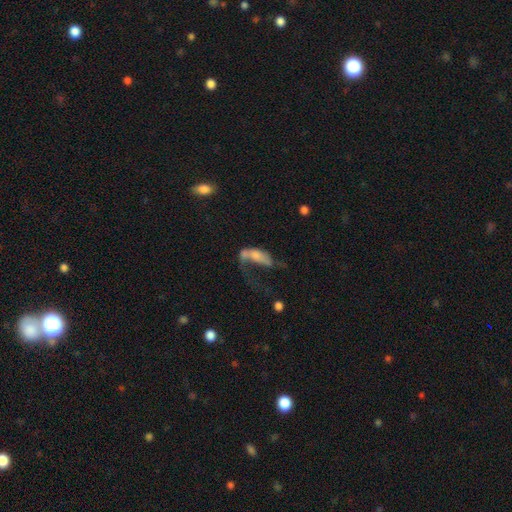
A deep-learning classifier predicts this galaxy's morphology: smooth_or_featured: smooth (p=0.52) [alt: featured or disk p=0.37]
how_rounded: in between (p=0.72) [alt: cigar-shaped p=0.23]
merging: major disturbance (p=0.45) [alt: merger p=0.29]